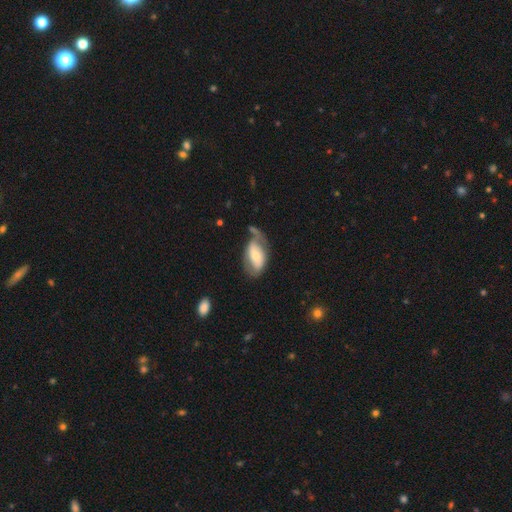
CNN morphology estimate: A featured or disk galaxy (48%). Merging: none (36%).